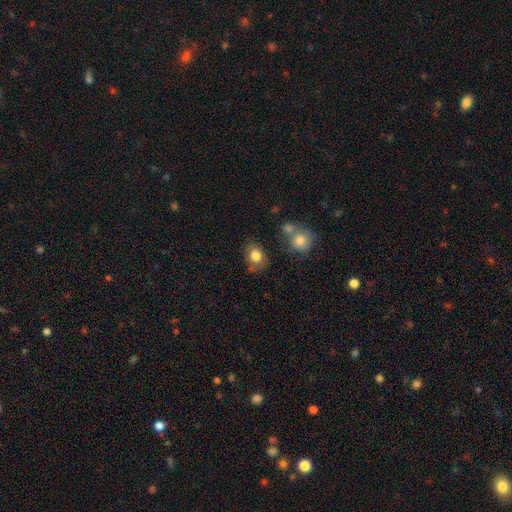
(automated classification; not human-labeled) smooth-or-featured: smooth: 79% | featured or disk: 12% | star or artifact: 9%
  how-rounded: in between: 52% | round: 47% | cigar-shaped: 1%
  merging: none: 67% | minor disturbance: 20% | merger: 7% | major disturbance: 6%